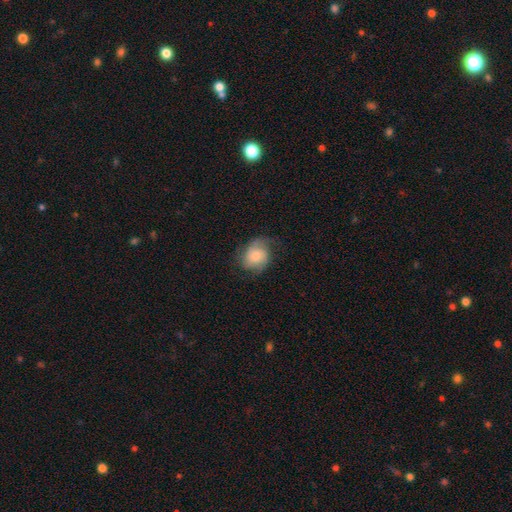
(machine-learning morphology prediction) Smooth or featured: featured or disk — 47% (smooth — 46%)
Merging: none — 60% (minor disturbance — 25%)